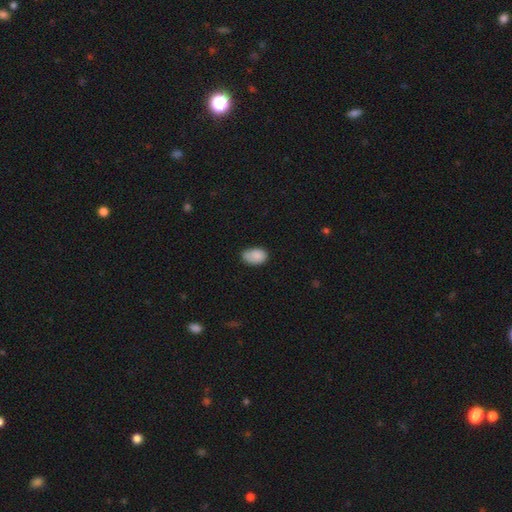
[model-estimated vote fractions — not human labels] The model was most divided on "merging": none: 56%, minor disturbance: 34%, major disturbance: 7%, merger: 3%. More confident: smooth or featured — smooth (85%); how rounded — in between (84%).